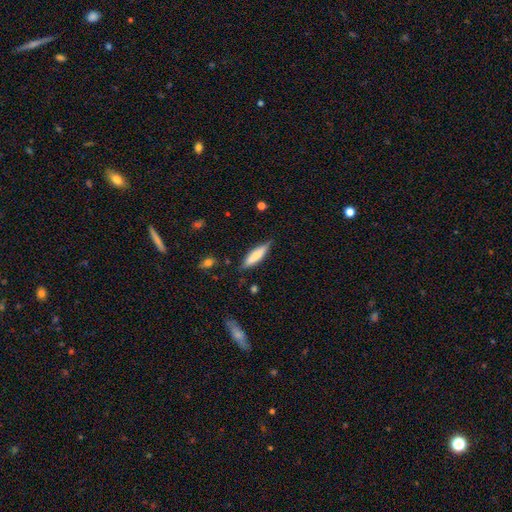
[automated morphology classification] This appears to be a smooth galaxy with no disk features (68%) that is cigar-shaped (72%). Merging: none (80%).